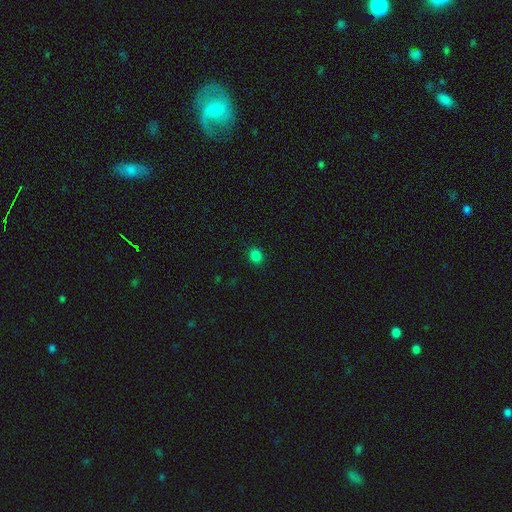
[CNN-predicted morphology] A smooth galaxy with no disk features (82%) that is round (70%). Merging: none (90%).